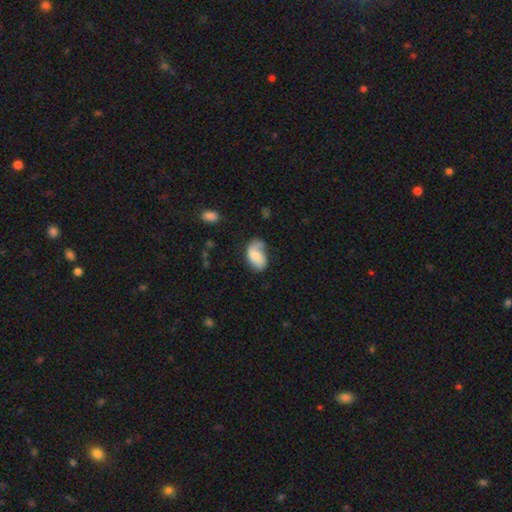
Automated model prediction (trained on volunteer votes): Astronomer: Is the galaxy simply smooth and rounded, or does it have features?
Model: smooth — 56% (runner-up: featured or disk, 37%).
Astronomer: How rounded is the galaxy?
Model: in between — 91%.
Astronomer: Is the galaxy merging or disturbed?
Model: none — 42% (runner-up: minor disturbance, 31%).